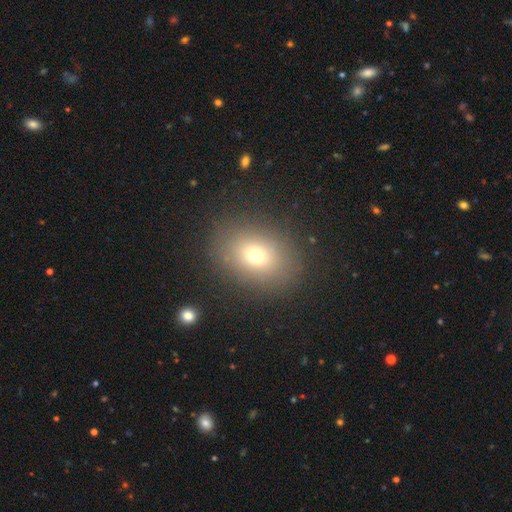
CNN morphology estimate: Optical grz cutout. It shows a smooth galaxy with no disk features (70%) that is in between round and cigar-shaped (55%). Merging: none (83%).